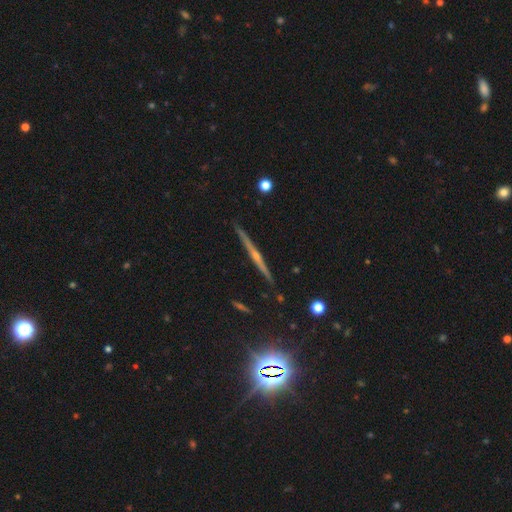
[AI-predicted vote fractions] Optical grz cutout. It shows a featured or disk galaxy (78%) viewed edge-on (98%) with a rounded central bulge (77%). Merging: none (91%).